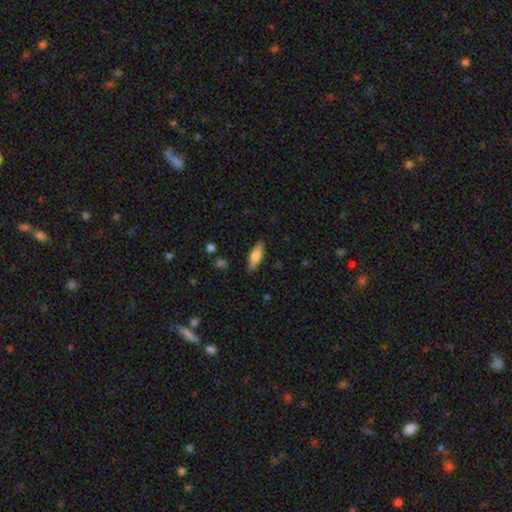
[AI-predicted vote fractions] The model was most divided on "how rounded": in between: 60%, cigar-shaped: 38%, round: 2%. More confident: merging — none (86%); smooth or featured — smooth (77%).